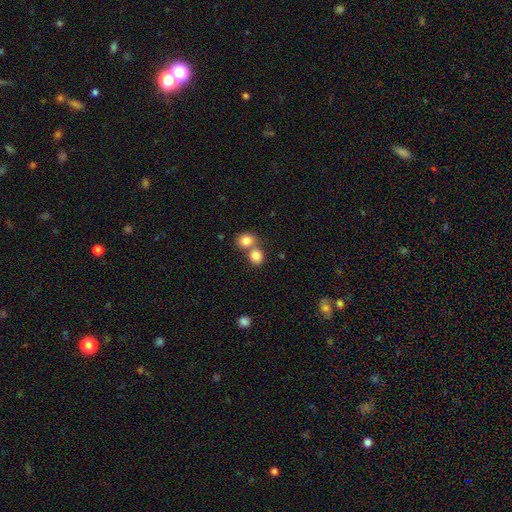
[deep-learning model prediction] This appears to be a smooth galaxy with no disk features (83%) that is round (76%). Merging: merger (46%).